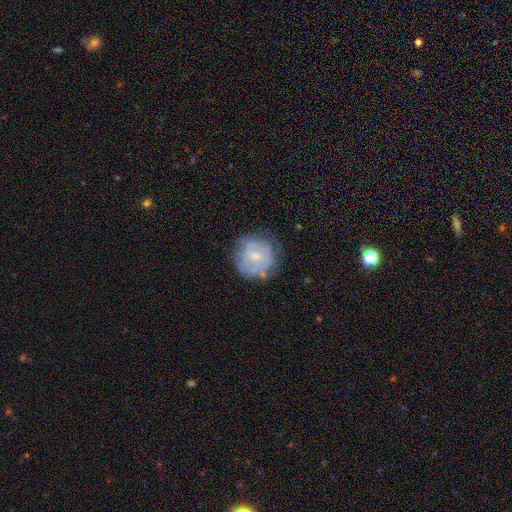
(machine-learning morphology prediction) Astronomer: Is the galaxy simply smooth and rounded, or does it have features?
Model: featured or disk — 58% (runner-up: smooth, 35%).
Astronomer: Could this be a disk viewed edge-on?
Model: no — 98%.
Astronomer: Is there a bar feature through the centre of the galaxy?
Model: no — 71%.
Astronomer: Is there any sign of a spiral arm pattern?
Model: no — 53% (runner-up: yes, 47%).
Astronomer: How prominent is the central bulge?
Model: small — 63%.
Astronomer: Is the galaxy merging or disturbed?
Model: none — 62%.